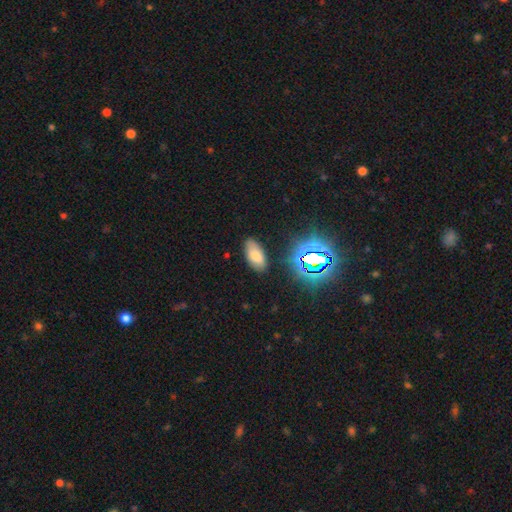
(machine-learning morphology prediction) smooth 70%, star or artifact 18%, featured or disk 12%. Down the decision tree: how rounded — in between (93%); merging — none (82%).